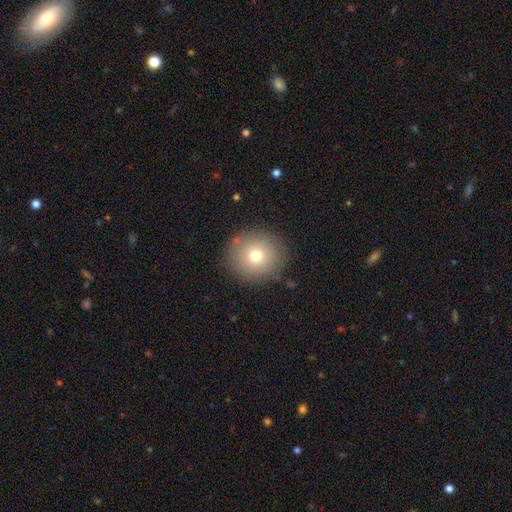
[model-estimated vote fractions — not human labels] A smooth galaxy with no disk features (74%) that is round (93%).

Vote fractions:
- Smooth or featured? smooth: 74% / featured or disk: 14% / star or artifact: 12%
- How rounded? round: 93% / in between: 6% / cigar-shaped: 1%
- Merging? none: 87% / minor disturbance: 8% / major disturbance: 3% / merger: 1%